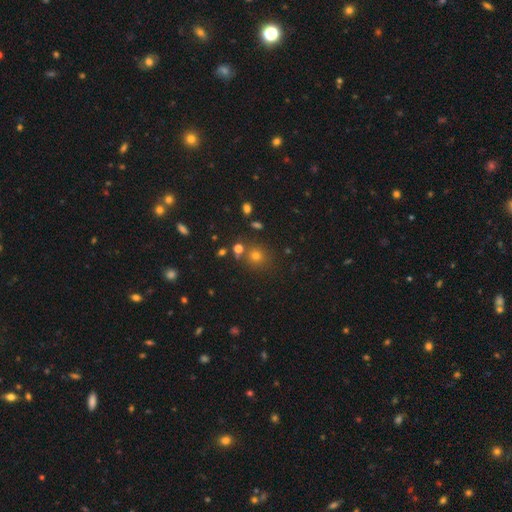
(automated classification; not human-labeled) This is likely a smooth galaxy (66%). How rounded: clearly round (89%). Merging: likely none (79%).